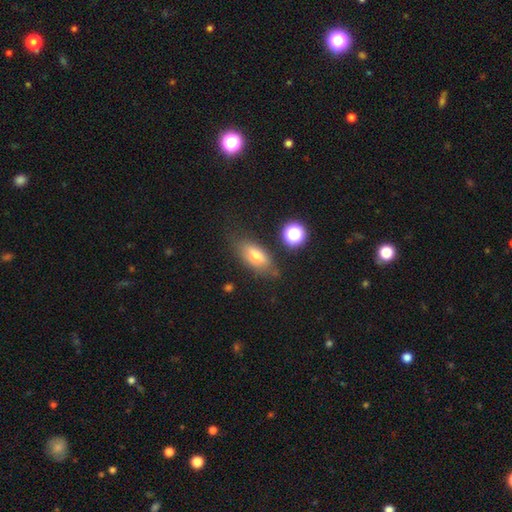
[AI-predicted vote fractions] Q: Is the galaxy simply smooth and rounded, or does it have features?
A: smooth — 68%.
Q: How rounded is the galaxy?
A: in between — 78%.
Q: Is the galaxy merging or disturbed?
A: none — 70%.